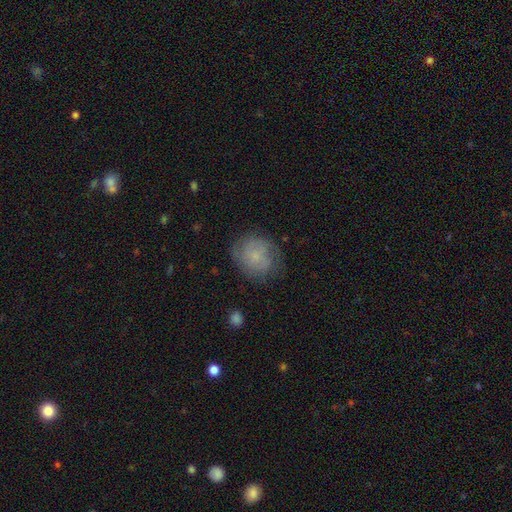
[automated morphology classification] smooth 62%, featured or disk 29%, star or artifact 9%. Down the decision tree: how rounded — round (72%); merging — none (69%).